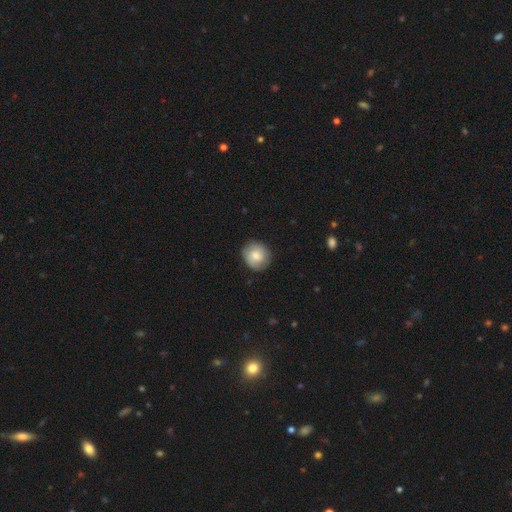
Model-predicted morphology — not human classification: Smooth or featured? Predicted: smooth (p=0.70). How rounded? Predicted: round (p=0.89). Merging? Predicted: none (p=0.86).